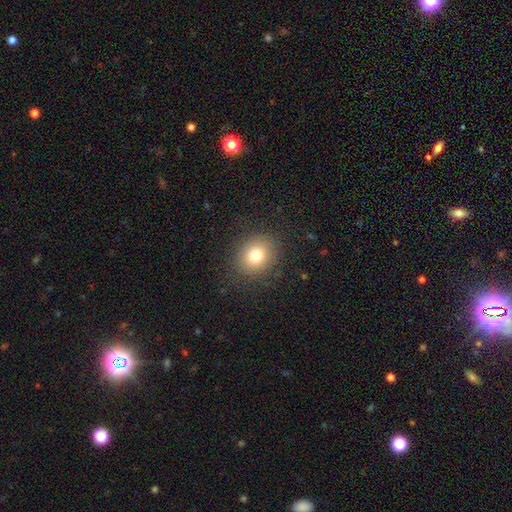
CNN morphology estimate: Overall: smooth (77%). How rounded: round (71%). Merging: none (87%).